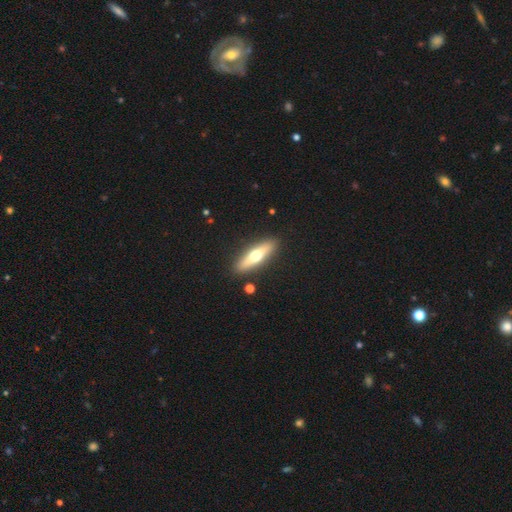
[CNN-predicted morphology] Smooth or featured? featured or disk (47%, tied with smooth)
Merging? none (89%)